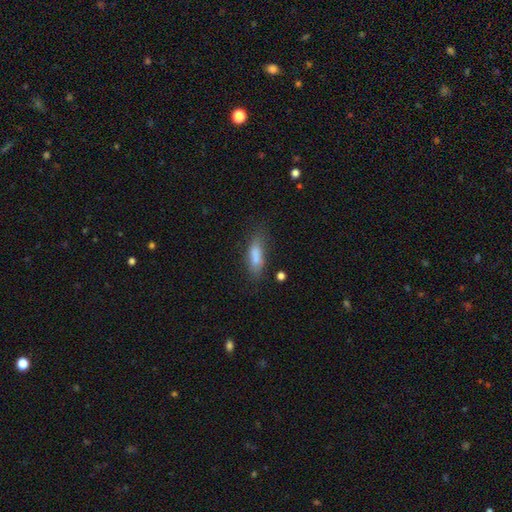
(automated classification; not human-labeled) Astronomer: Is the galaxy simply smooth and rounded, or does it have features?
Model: smooth — 79%.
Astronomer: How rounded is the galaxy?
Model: in between — 53% (runner-up: cigar-shaped, 44%).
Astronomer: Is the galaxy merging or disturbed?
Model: none — 62%.